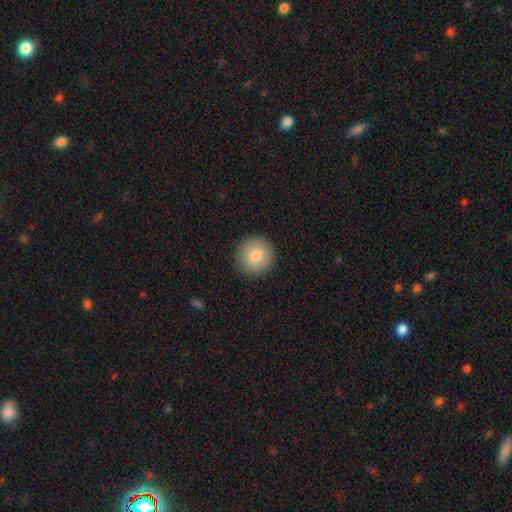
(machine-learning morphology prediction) The model was most divided on "smooth or featured": smooth: 83%, featured or disk: 9%, star or artifact: 8%. More confident: how rounded — round (94%); merging — none (91%).